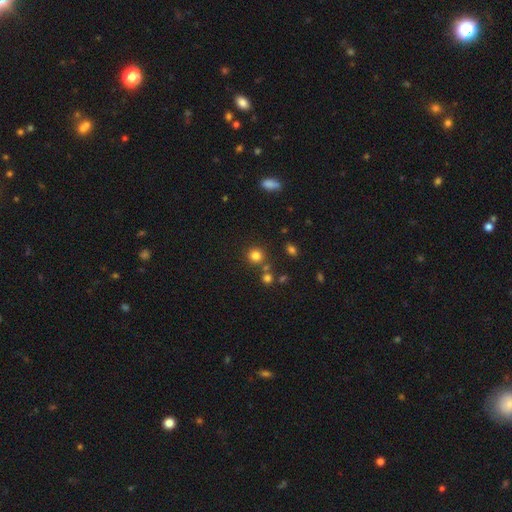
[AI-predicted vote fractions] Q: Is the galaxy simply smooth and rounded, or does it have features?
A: smooth — 79%.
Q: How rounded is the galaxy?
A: round — 90%.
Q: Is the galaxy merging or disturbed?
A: none — 79%.